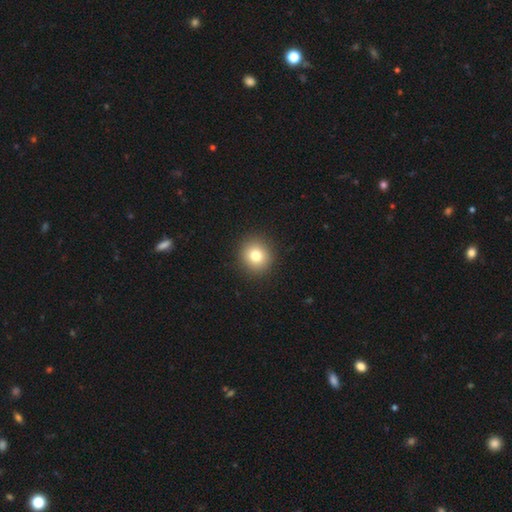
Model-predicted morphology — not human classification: Smooth or featured: smooth — 80% (star or artifact — 11%)
How rounded: round — 90% (in between — 9%)
Merging: none — 92% (minor disturbance — 5%)